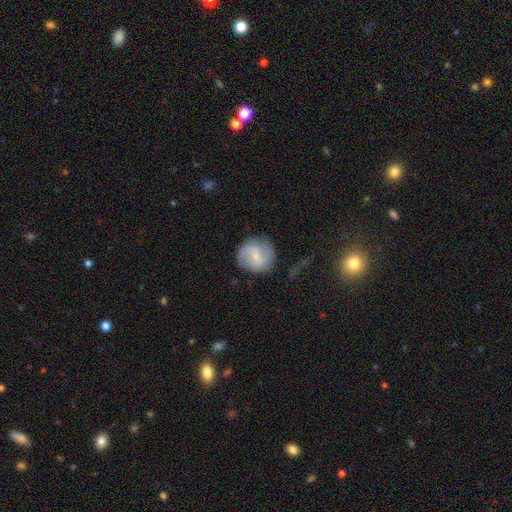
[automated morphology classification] This is possibly a featured or disk galaxy (53%). It is clearly not viewed edge-on (97%). Bar: possibly weak (54%). Spiral arm pattern: clearly yes (83%). Central bulge: possibly small (58%). Merging: likely none (77%).